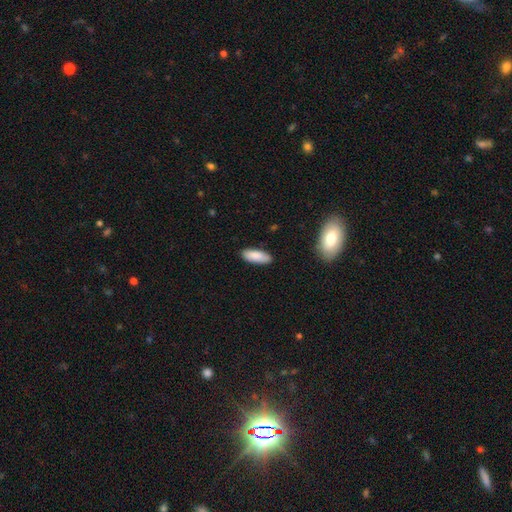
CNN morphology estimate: smooth-or-featured: smooth: 86% | featured or disk: 7% | star or artifact: 6%
  how-rounded: in between: 73% | cigar-shaped: 25% | round: 2%
  merging: none: 86% | minor disturbance: 10% | major disturbance: 2% | merger: 1%